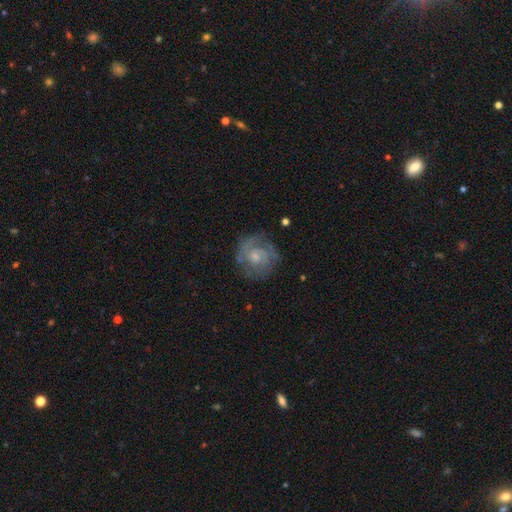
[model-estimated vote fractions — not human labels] Smooth or featured? featured or disk (71%)
Edge-on disk? no (98%)
Bar? no (66%)
Spiral arms? yes (84%)
Spiral winding? tight (59%)
Spiral arm count? 2 (39%)
Bulge size? small (55%)
Merging? none (72%)